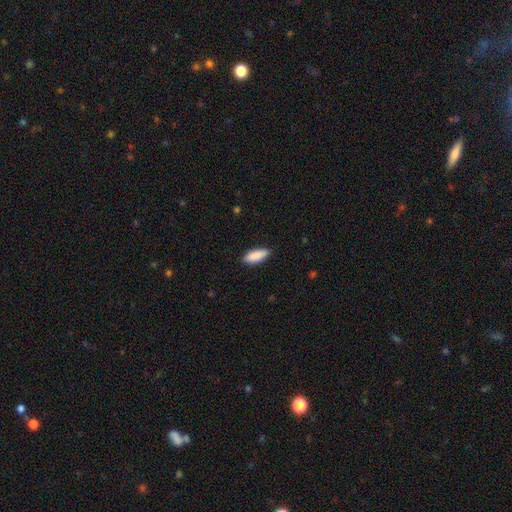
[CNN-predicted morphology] Smooth or featured? smooth (88%)
How rounded? in between (70%)
Merging? none (85%)